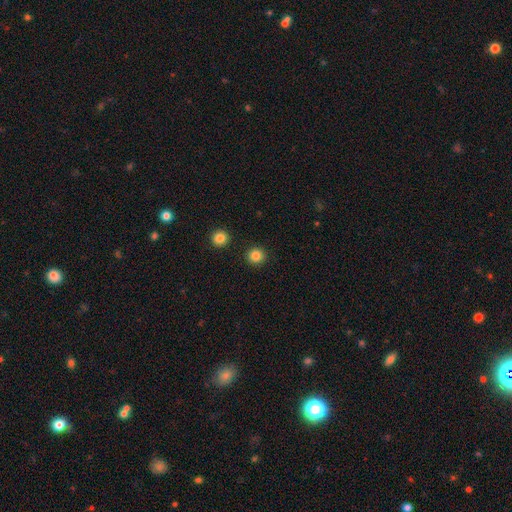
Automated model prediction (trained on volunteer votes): The model was most divided on "smooth or featured": smooth: 85%, star or artifact: 11%, featured or disk: 4%. More confident: how rounded — round (94%); merging — none (92%).